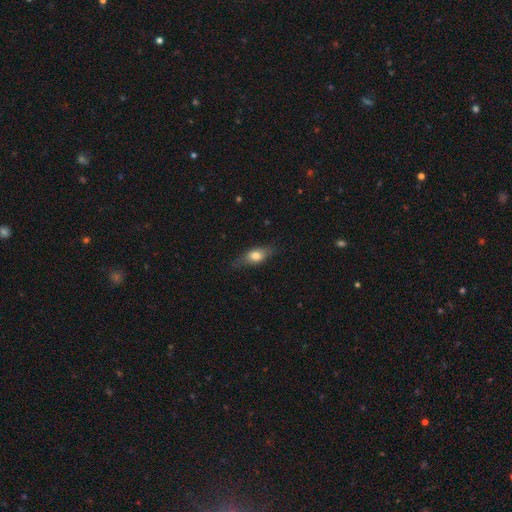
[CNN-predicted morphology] smooth_or_featured: smooth (p=0.67) [alt: featured or disk p=0.25]
how_rounded: in between (p=0.72) [alt: cigar-shaped p=0.19]
merging: none (p=0.74) [alt: minor disturbance p=0.20]